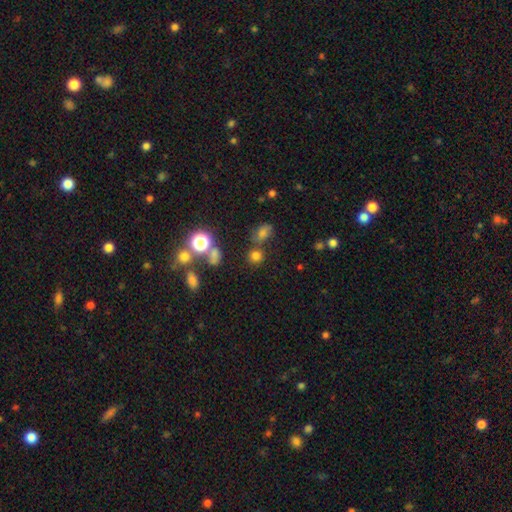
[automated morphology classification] Smooth or featured? smooth (71%)
How rounded? round (82%)
Merging? none (70%)